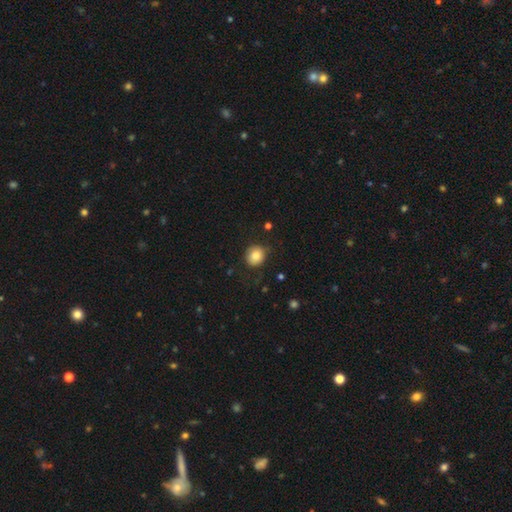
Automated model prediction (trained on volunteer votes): Q: Smooth or featured?
A: smooth (85%); runner-up: star or artifact (9%)
Q: How rounded?
A: round (78%); runner-up: in between (21%)
Q: Merging?
A: none (80%); runner-up: minor disturbance (14%)